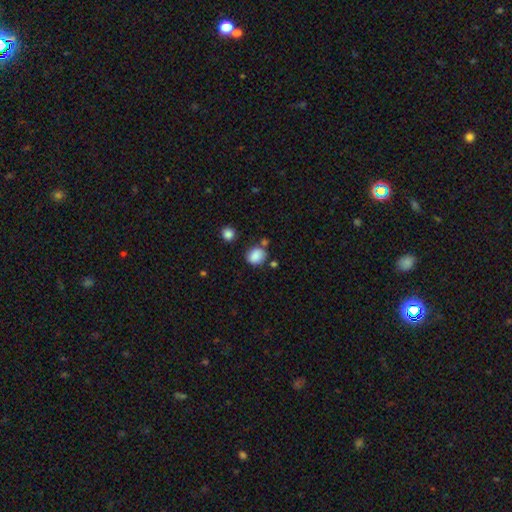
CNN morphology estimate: type=smooth (85%); roundness=round (63%); merging=none (68%).